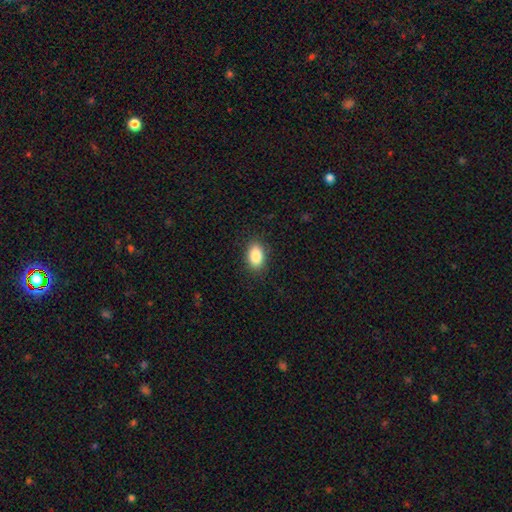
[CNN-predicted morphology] A smooth galaxy with no disk features (87%) that is in between round and cigar-shaped (89%). Merging: none (88%).